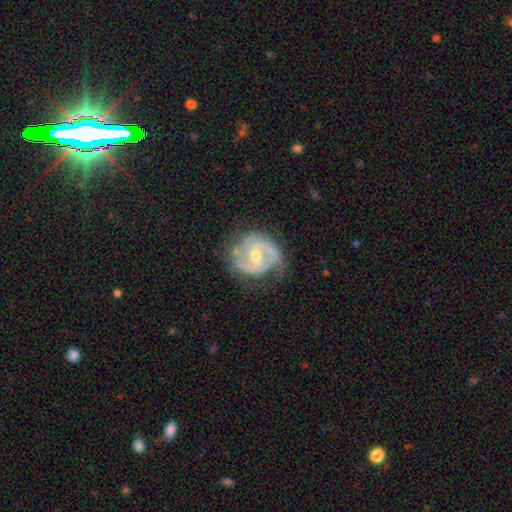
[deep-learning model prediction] Smooth or featured?
  - featured or disk: 89% *
  - smooth: 7%
  - star or artifact: 5%
Edge-on disk?
  - no: 98% *
  - yes: 2%
Bar?
  - weak: 46% *
  - no: 35%
  - strong: 20%
Spiral arms?
  - yes: 96% *
  - no: 4%
Spiral winding?
  - medium: 49% *
  - tight: 39%
  - loose: 12%
Spiral arm count?
  - 2: 81% *
  - can't tell: 7%
  - 3: 7%
  - 1: 3%
  - 4: 2%
  - more than 4: 1%
Bulge size?
  - moderate: 49% *
  - small: 48%
  - large: 1%
  - none: 1%
  - dominant: 1%
Merging?
  - none: 66% *
  - minor disturbance: 23%
  - major disturbance: 9%
  - merger: 2%